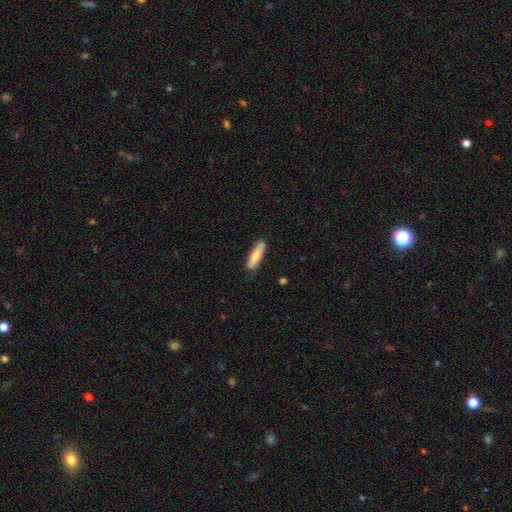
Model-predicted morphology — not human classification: Smooth or featured? smooth (80%)
How rounded? cigar-shaped (74%)
Merging? none (83%)